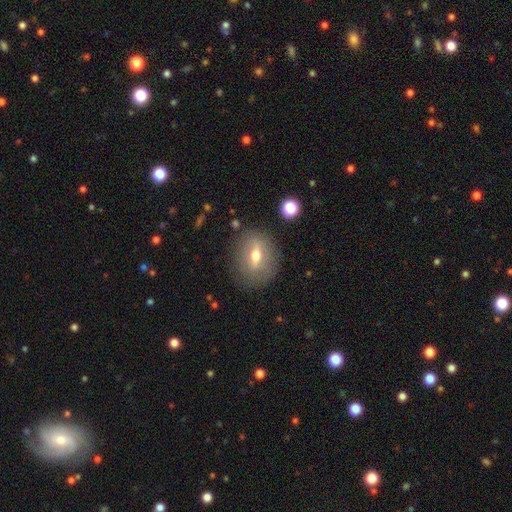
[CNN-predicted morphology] smooth-or-featured: featured or disk: 49% | smooth: 43% | star or artifact: 9%
  merging: none: 78% | minor disturbance: 14% | major disturbance: 6% | merger: 2%